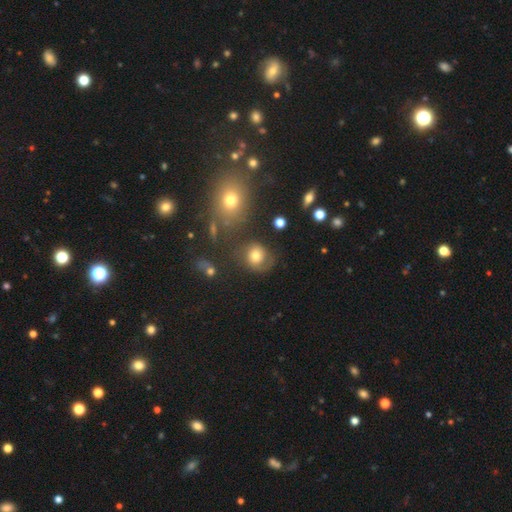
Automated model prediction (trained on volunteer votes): smooth_or_featured: smooth (p=0.67) [alt: featured or disk p=0.21]
how_rounded: round (p=0.77) [alt: in between p=0.22]
merging: none (p=0.57) [alt: minor disturbance p=0.22]